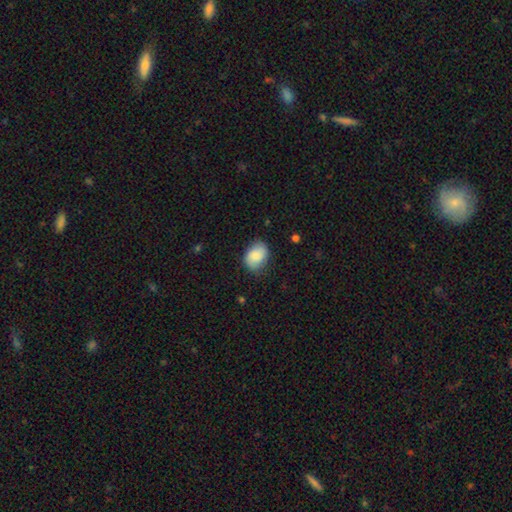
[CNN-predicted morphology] type=smooth (82%); roundness=in between (70%); merging=none (73%).